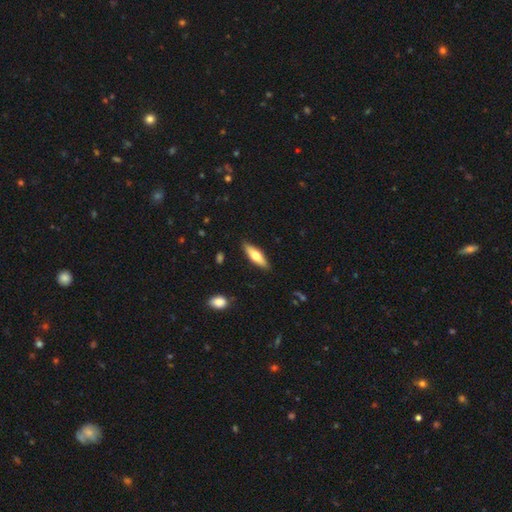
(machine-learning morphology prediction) A smooth galaxy with no disk features (58%) that is cigar-shaped (54%). Merging: none (87%).